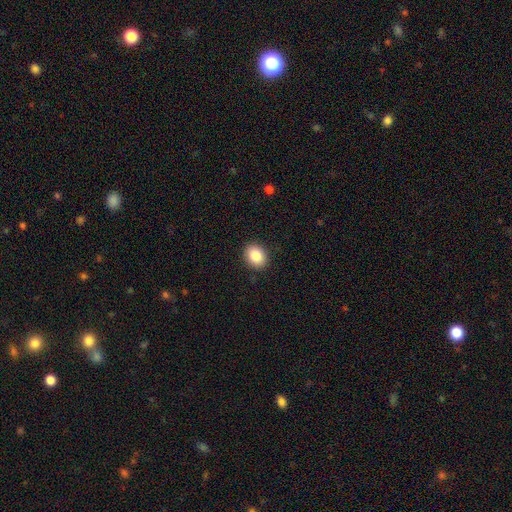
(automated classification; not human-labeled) smooth-or-featured: smooth: 86% | star or artifact: 8% | featured or disk: 5%
  how-rounded: in between: 55% | round: 44% | cigar-shaped: 1%
  merging: none: 90% | minor disturbance: 7% | major disturbance: 2% | merger: 1%